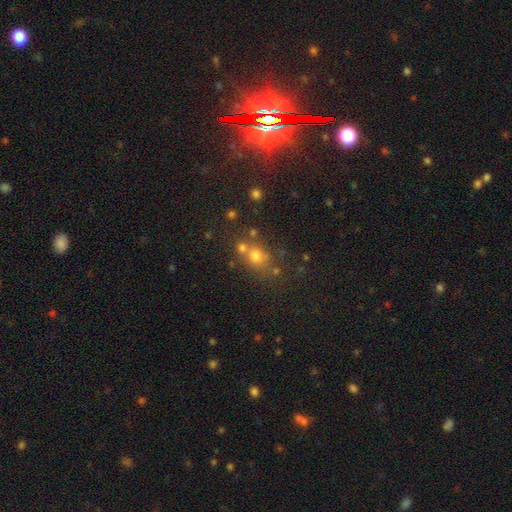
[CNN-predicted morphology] Smooth or featured? Predicted: smooth (p=0.66). How rounded? Predicted: round (p=0.69). Merging? Predicted: none (p=0.56).